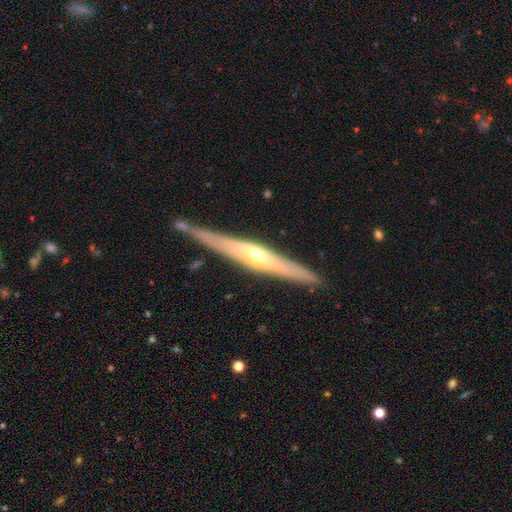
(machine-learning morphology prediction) smooth_or_featured: featured or disk (p=0.76) [alt: smooth p=0.19]
disk_edge_on: yes (p=0.94) [alt: no p=0.06]
edge_on_bulge: rounded (p=0.72) [alt: none p=0.19]
merging: none (p=0.82) [alt: minor disturbance p=0.13]